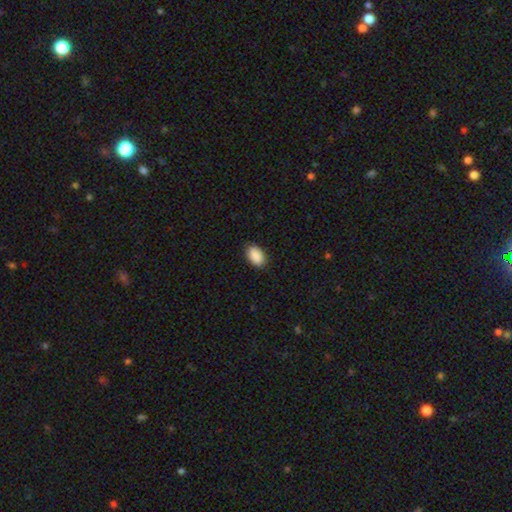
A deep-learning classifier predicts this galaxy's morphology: Smooth or featured: smooth — 91% (star or artifact — 7%)
How rounded: in between — 92% (round — 7%)
Merging: none — 87% (minor disturbance — 10%)